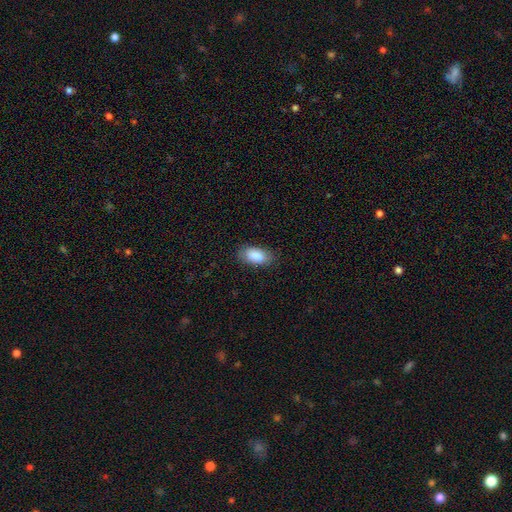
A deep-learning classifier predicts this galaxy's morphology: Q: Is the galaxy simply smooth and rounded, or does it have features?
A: smooth — 89%.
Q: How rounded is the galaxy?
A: in between — 94%.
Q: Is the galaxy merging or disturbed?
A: none — 83%.